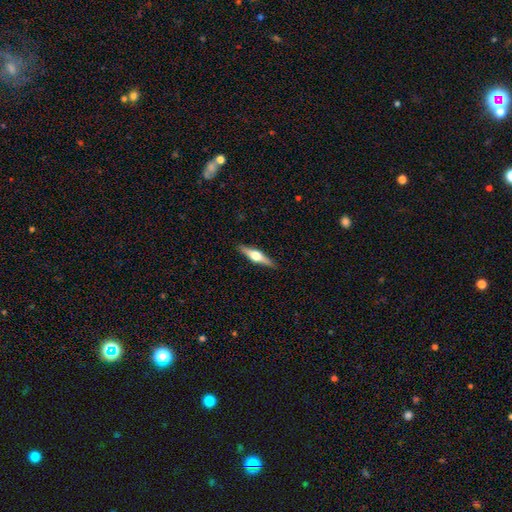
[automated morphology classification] A featured or disk galaxy (69%) viewed edge-on (97%) with a rounded central bulge (94%).

Vote fractions:
- Smooth or featured? featured or disk: 69% / smooth: 26% / star or artifact: 6%
- Edge-on disk? yes: 97% / no: 3%
- Edge-on bulge? rounded: 94% / boxy: 4% / none: 2%
- Merging? none: 90% / minor disturbance: 8% / major disturbance: 2% / merger: 1%